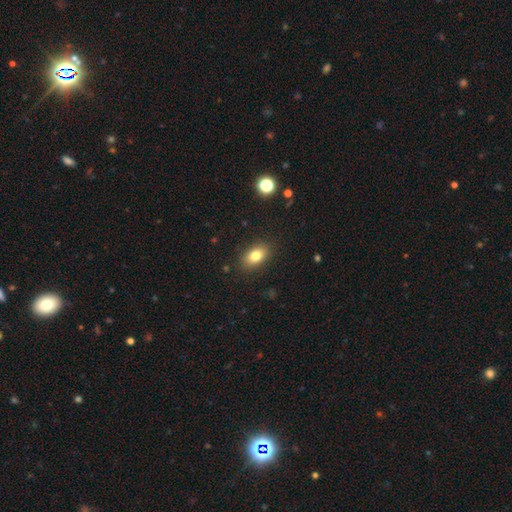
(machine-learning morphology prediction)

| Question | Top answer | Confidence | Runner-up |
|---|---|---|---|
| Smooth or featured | smooth | 81% | featured or disk (10%) |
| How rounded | in between | 85% | round (12%) |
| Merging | none | 87% | minor disturbance (9%) |